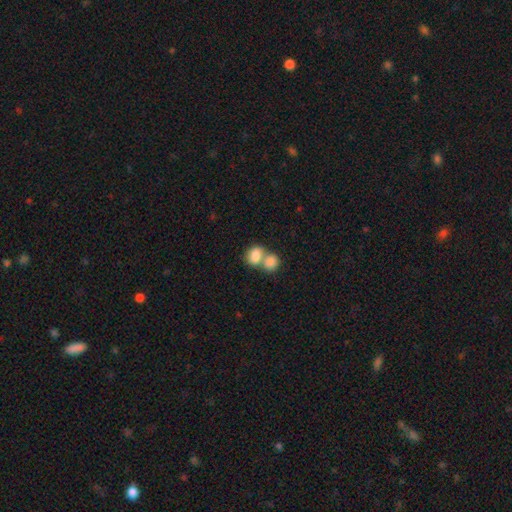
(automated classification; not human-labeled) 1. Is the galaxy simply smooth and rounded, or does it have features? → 82% smooth, 11% featured or disk, 7% star or artifact.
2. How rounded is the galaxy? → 66% in between, 33% round, 1% cigar-shaped.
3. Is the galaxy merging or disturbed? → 67% merger, 23% none, 7% minor disturbance, 4% major disturbance.